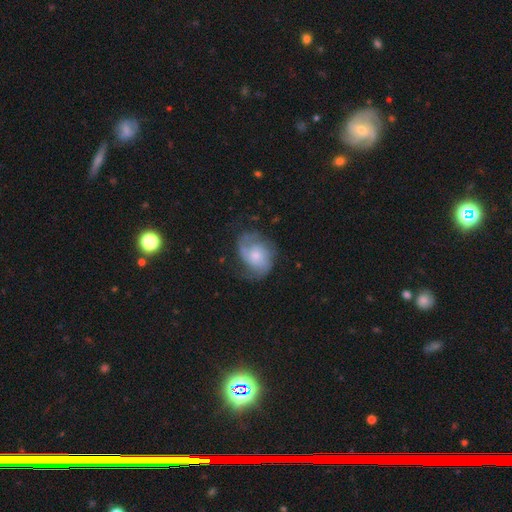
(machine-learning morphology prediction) This appears to be a featured or disk galaxy (71%) with no bar (72%), 2 (65%) medium (44%) spiral arms (91%) and a small central bulge (51%). Merging: none (58%).